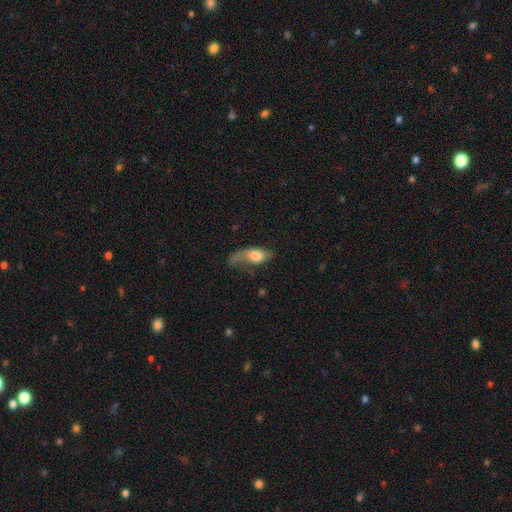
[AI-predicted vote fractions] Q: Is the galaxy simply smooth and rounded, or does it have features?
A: smooth — 57%.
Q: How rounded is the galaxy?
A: in between — 76%.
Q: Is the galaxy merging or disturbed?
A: major disturbance — 43%.